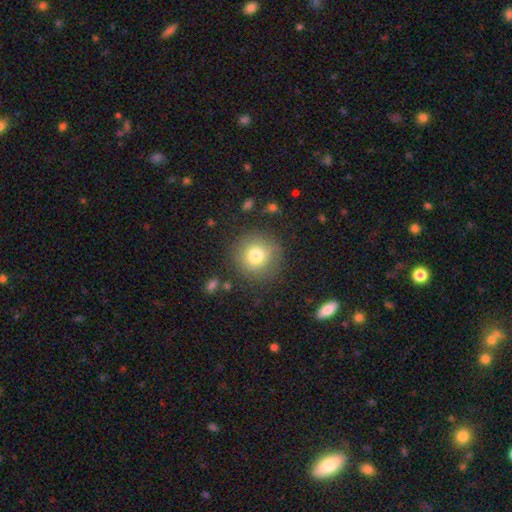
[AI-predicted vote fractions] Morphology: type=smooth (77%); roundness=round (94%); merging=none (84%).